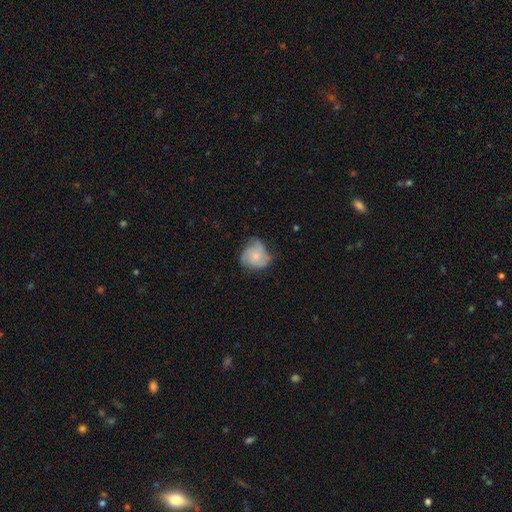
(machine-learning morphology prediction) Overall: smooth (47%; featured or disk 44%). Merging: none (48%; minor disturbance 35%).